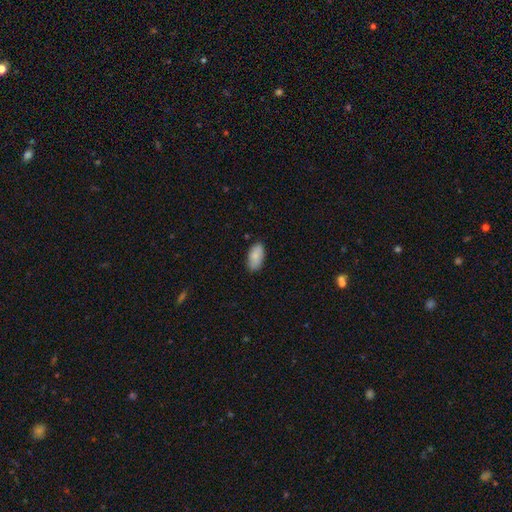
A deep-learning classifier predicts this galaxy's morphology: Q: Smooth or featured?
A: smooth (86%); runner-up: featured or disk (8%)
Q: How rounded?
A: in between (94%); runner-up: cigar-shaped (4%)
Q: Merging?
A: none (82%); runner-up: minor disturbance (14%)